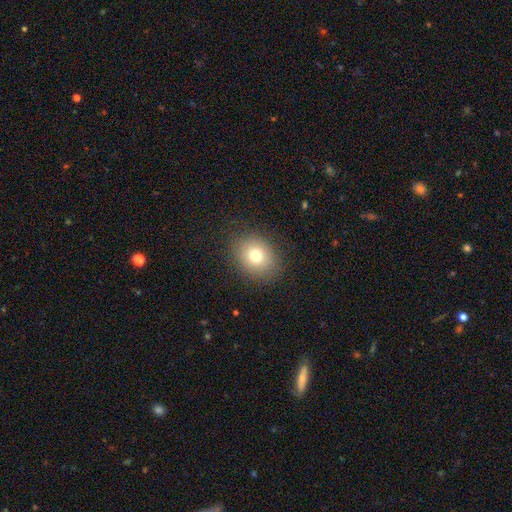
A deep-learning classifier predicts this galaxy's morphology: A smooth galaxy with no disk features (75%) that is round (60%). Merging: none (86%).